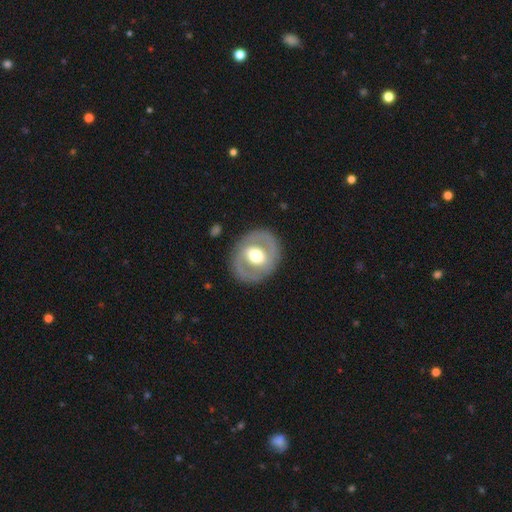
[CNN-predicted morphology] Smooth or featured: featured or disk — 66% (smooth — 29%)
Edge-on disk: no — 96% (yes — 4%)
Bar: no — 42% (weak — 37%)
Spiral arms: no — 51% (yes — 49%)
Bulge size: moderate — 62% (large — 29%)
Merging: none — 84% (minor disturbance — 10%)